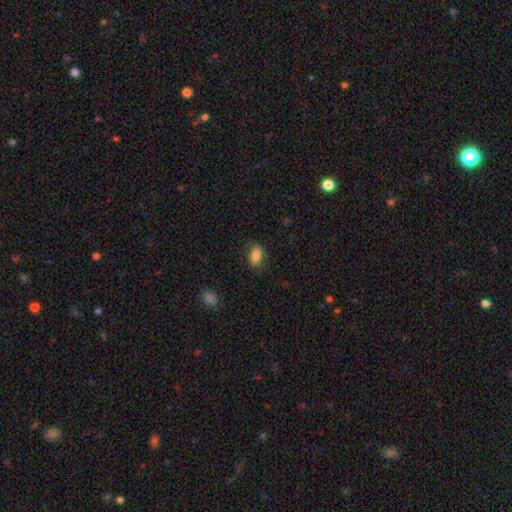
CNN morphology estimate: Overall: smooth (84%). How rounded: in between (89%). Merging: none (76%).